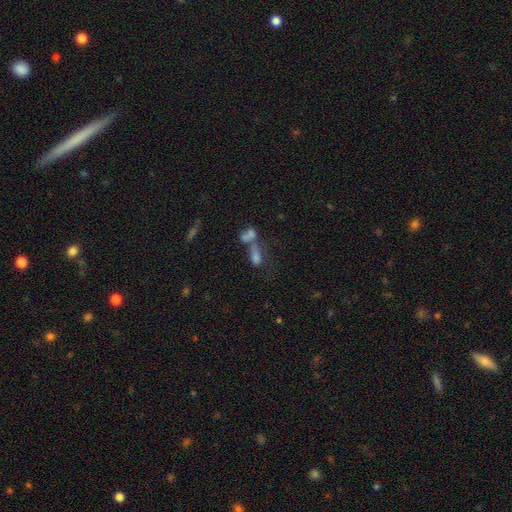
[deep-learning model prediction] Smooth or featured: smooth — 54% (star or artifact — 23%)
How rounded: in between — 70% (cigar-shaped — 18%)
Merging: merger — 55% (none — 25%)